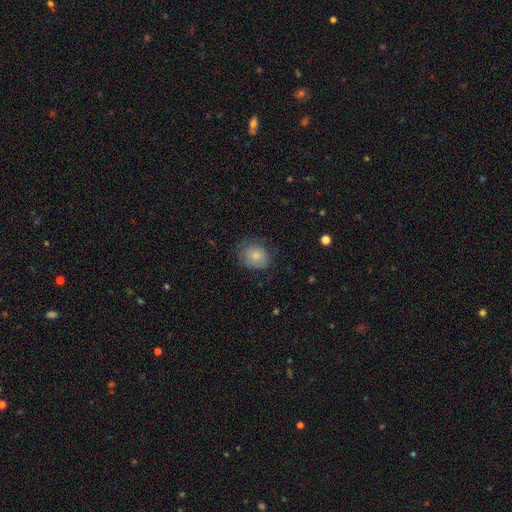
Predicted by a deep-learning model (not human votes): smooth_or_featured: smooth (p=0.81) [alt: featured or disk p=0.11]
how_rounded: round (p=0.54) [alt: in between p=0.45]
merging: none (p=0.71) [alt: minor disturbance p=0.22]